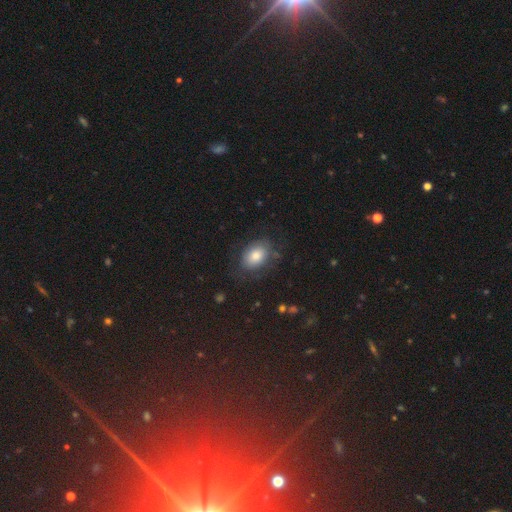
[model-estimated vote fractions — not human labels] Q: Smooth or featured?
A: smooth (75%); runner-up: featured or disk (16%)
Q: How rounded?
A: in between (79%); runner-up: round (20%)
Q: Merging?
A: none (74%); runner-up: minor disturbance (17%)